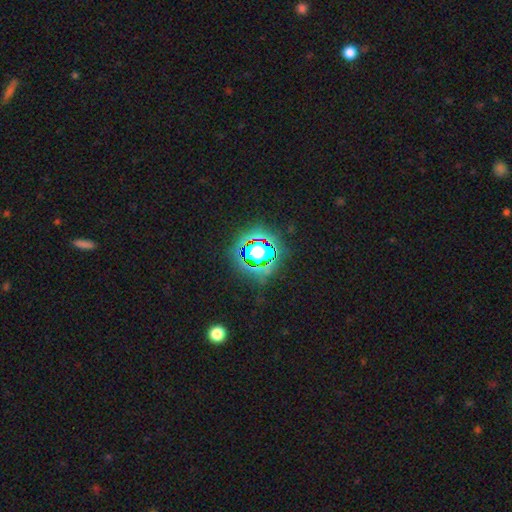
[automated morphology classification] A star or artifact, not a galaxy (65%).